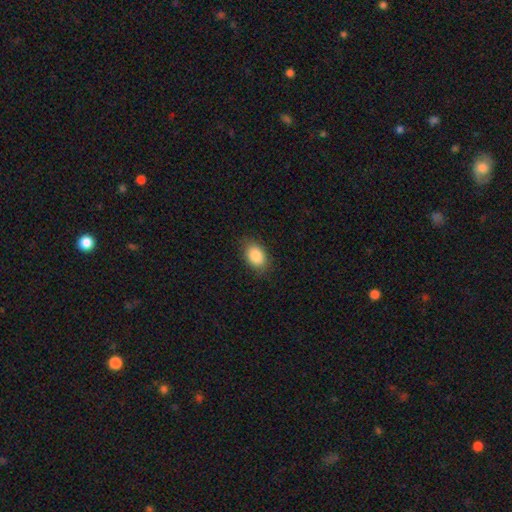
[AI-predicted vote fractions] smooth_or_featured: smooth (p=0.88) [alt: star or artifact p=0.07]
how_rounded: in between (p=0.84) [alt: round p=0.14]
merging: none (p=0.82) [alt: minor disturbance p=0.14]